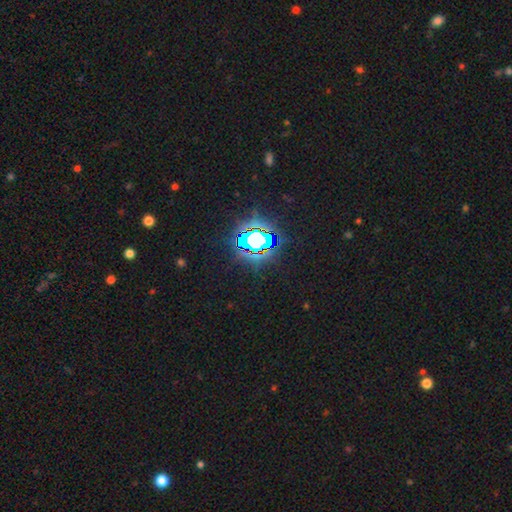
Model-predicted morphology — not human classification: Smooth or featured: star or artifact — 84% (smooth — 10%)